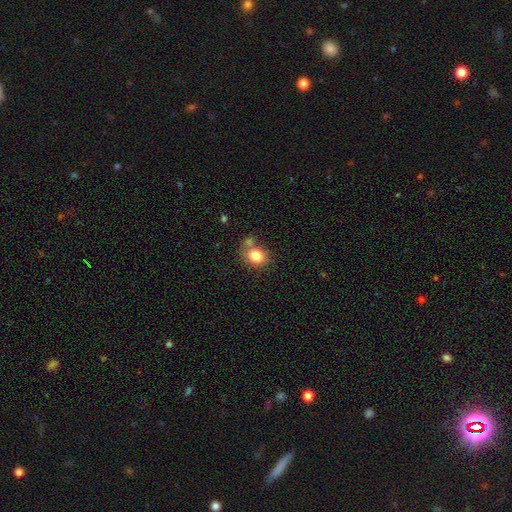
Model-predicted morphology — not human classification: This appears to be a smooth galaxy with no disk features (82%) that is round (70%). Merging: none (57%).